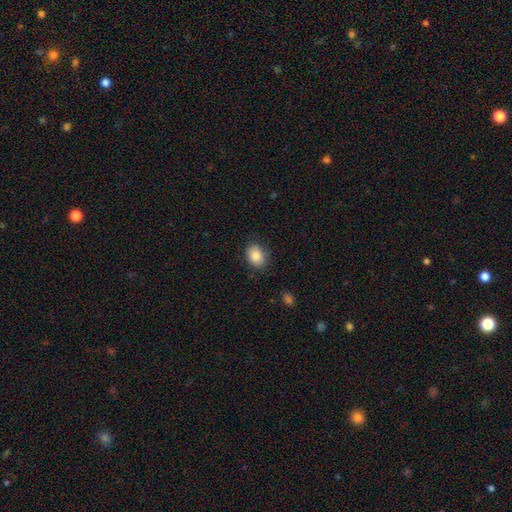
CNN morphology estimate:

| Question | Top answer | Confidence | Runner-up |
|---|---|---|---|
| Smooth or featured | smooth | 87% | star or artifact (8%) |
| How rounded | in between | 69% | round (30%) |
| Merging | none | 84% | minor disturbance (12%) |